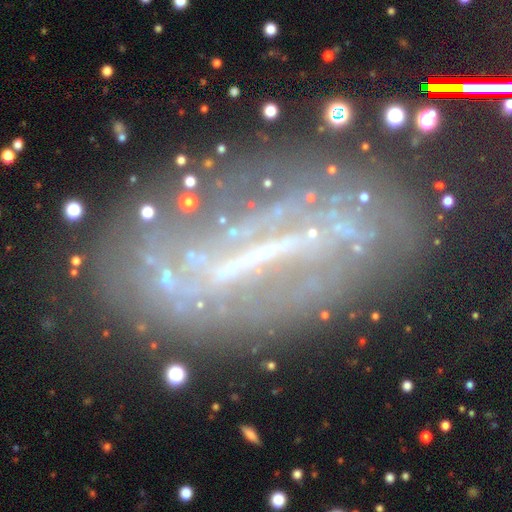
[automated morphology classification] Smooth or featured? featured or disk (63%)
Edge-on disk? no (68%)
Merging? none (66%)